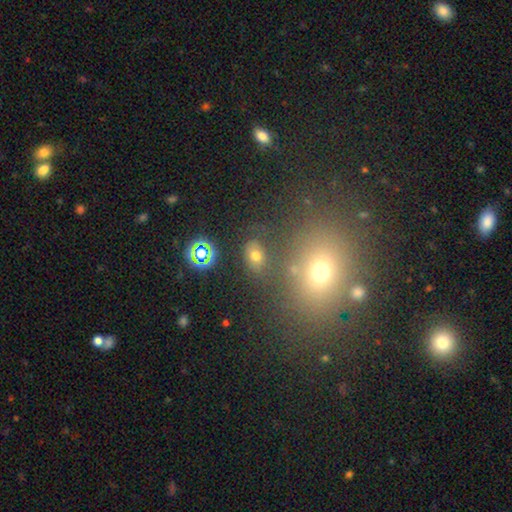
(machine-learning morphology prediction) A smooth galaxy with no disk features (65%) that is in between round and cigar-shaped (74%). Merging: none (76%).